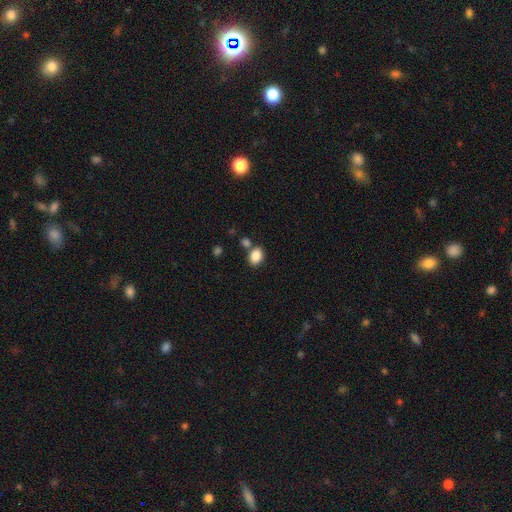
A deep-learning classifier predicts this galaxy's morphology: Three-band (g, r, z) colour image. It shows a smooth galaxy with no disk features (86%) that is in between round and cigar-shaped (65%). Merging: none (67%).